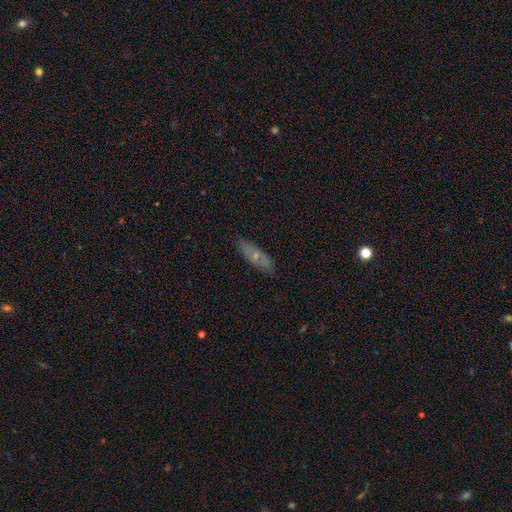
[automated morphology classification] type=smooth (47%); merging=none (84%).